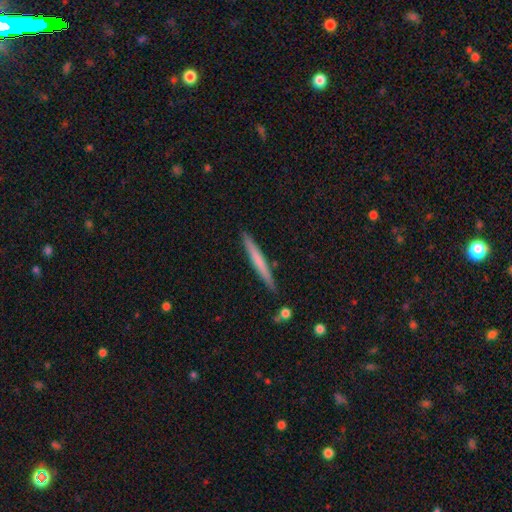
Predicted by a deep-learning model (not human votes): smooth 54%, featured or disk 40%, star or artifact 6%. Down the decision tree: how rounded — cigar-shaped (97%); merging — none (90%).